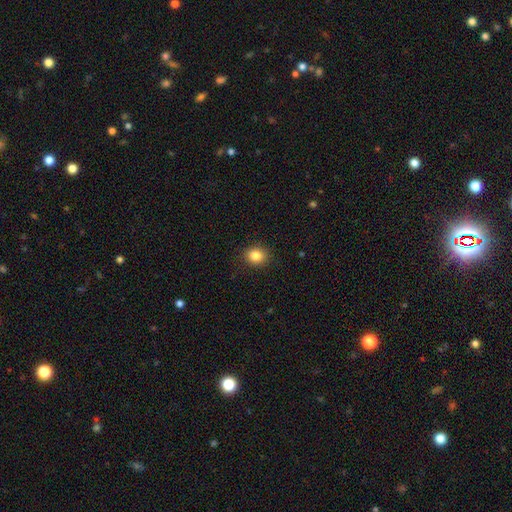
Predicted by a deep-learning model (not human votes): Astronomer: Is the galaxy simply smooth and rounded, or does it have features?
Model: smooth — 85%.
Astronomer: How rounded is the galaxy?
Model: round — 65%.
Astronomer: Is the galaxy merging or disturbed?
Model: none — 89%.